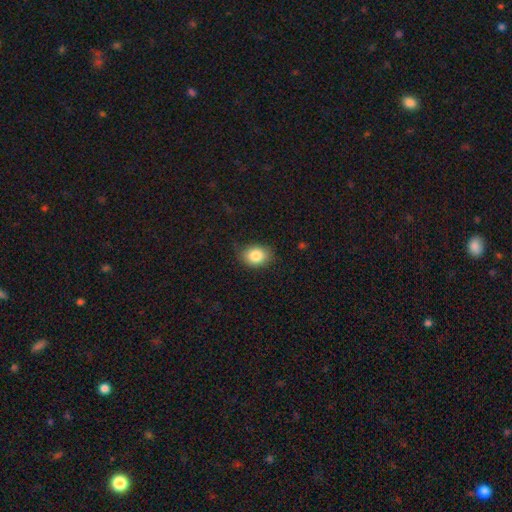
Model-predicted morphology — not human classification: Smooth or featured: smooth — 85% (star or artifact — 9%)
How rounded: in between — 56% (round — 43%)
Merging: none — 80% (minor disturbance — 16%)